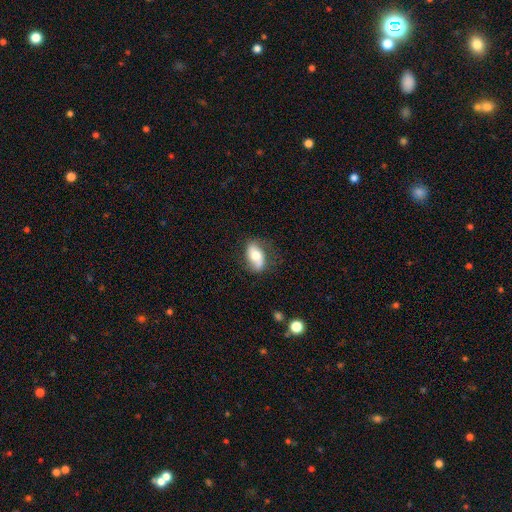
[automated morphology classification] Smooth or featured: smooth — 56% (featured or disk — 36%)
How rounded: in between — 87% (round — 9%)
Merging: none — 65% (minor disturbance — 24%)